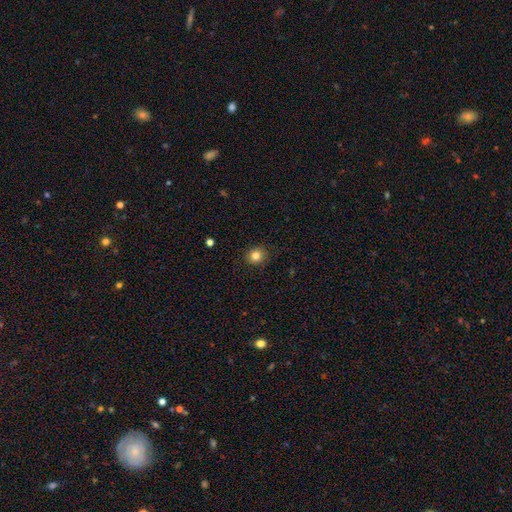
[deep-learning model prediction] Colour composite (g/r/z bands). It shows a smooth galaxy with no disk features (82%) that is round (83%). Merging: none (89%).